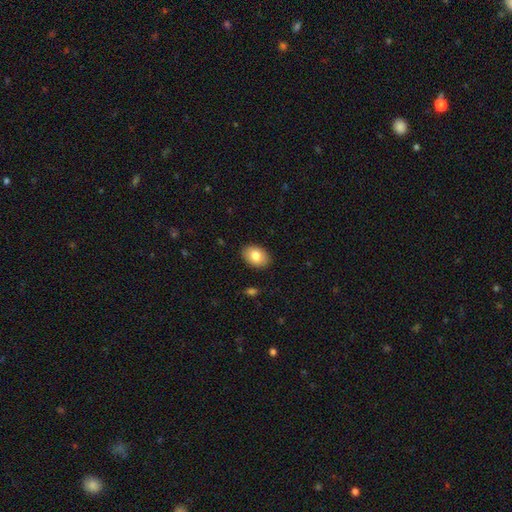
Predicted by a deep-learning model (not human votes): Smooth or featured: smooth — 83% (featured or disk — 10%)
How rounded: in between — 83% (round — 16%)
Merging: none — 89% (minor disturbance — 8%)